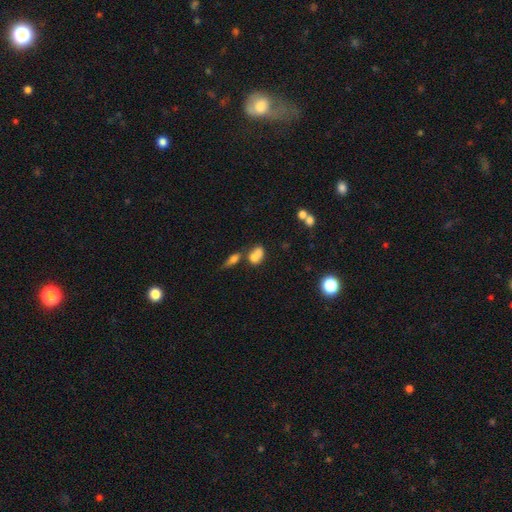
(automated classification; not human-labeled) smooth 68%, featured or disk 20%, star or artifact 12%. Down the decision tree: how rounded — in between (61%); merging — merger (61%).